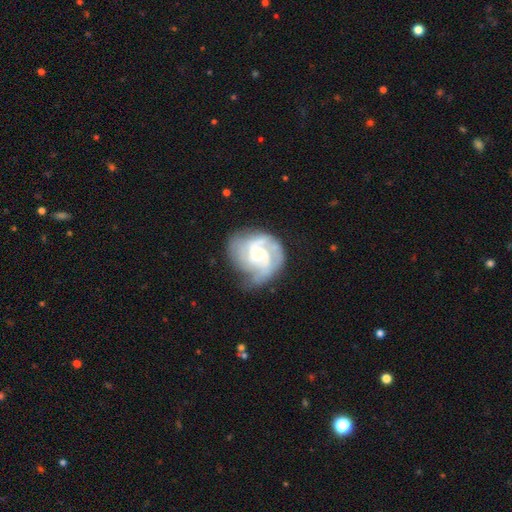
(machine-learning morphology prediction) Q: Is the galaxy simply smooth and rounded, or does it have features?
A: featured or disk — 85%.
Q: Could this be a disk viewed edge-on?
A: no — 98%.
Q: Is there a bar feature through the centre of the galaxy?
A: no — 56%.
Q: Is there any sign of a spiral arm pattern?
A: yes — 96%.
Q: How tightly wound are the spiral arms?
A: tight — 46%.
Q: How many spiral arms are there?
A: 2 — 37%.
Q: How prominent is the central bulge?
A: moderate — 48%.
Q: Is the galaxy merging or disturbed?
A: none — 59%.